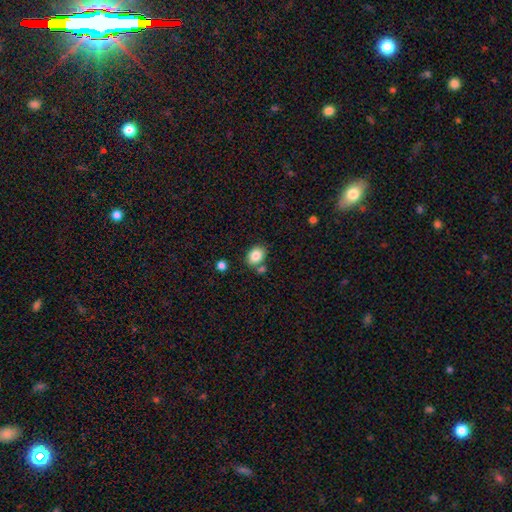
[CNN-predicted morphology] The model was most divided on "how rounded": in between: 65%, round: 34%, cigar-shaped: 1%. More confident: smooth or featured — smooth (85%); merging — none (70%).